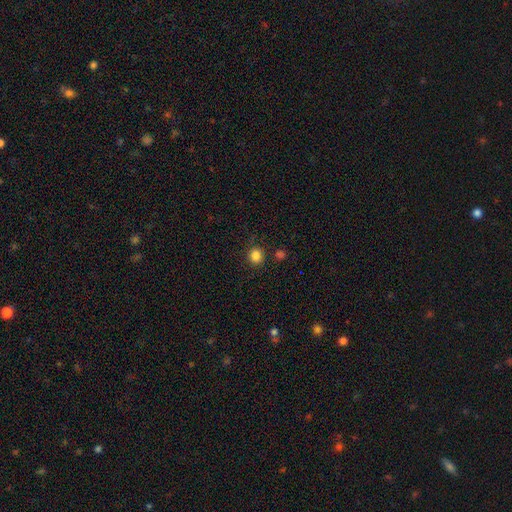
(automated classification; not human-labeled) Overall: smooth (84%). How rounded: round (90%). Merging: none (87%).